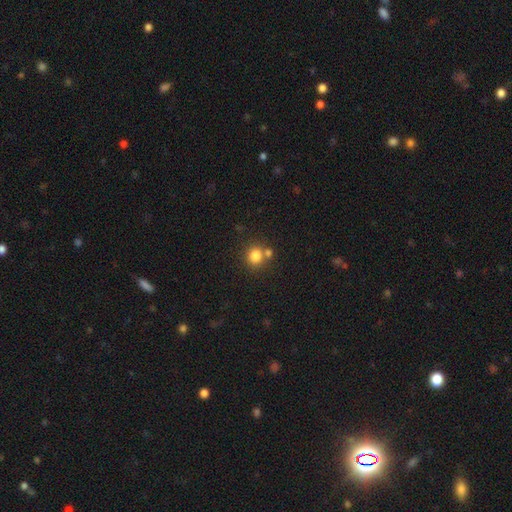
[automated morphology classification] smooth-or-featured: smooth: 81% | star or artifact: 12% | featured or disk: 7%
  how-rounded: round: 83% | in between: 16% | cigar-shaped: 1%
  merging: none: 65% | merger: 23% | minor disturbance: 9% | major disturbance: 3%